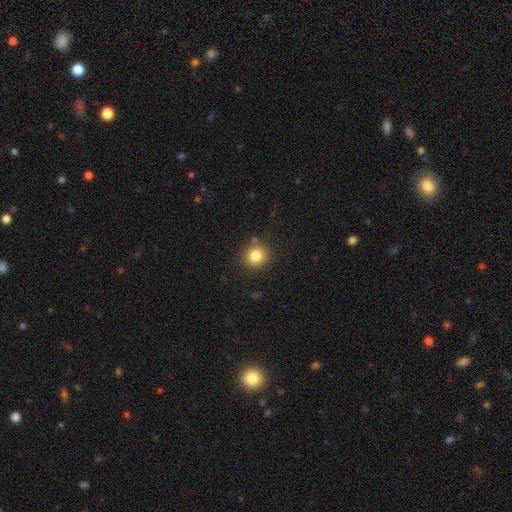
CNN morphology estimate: The model was most divided on "smooth or featured": smooth: 82%, star or artifact: 11%, featured or disk: 7%. More confident: how rounded — round (90%); merging — none (84%).